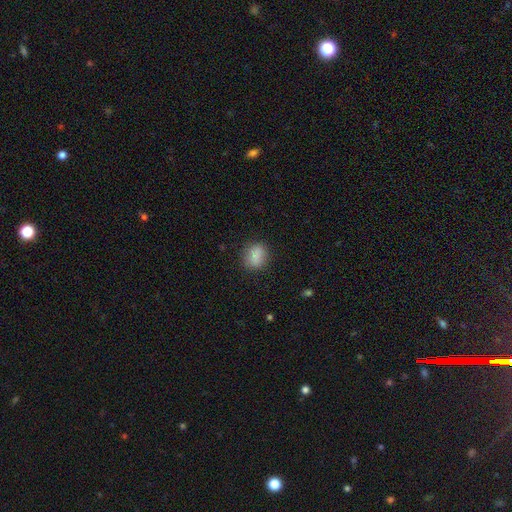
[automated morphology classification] A smooth galaxy with no disk features (83%) that is round (55%). Merging: none (83%).